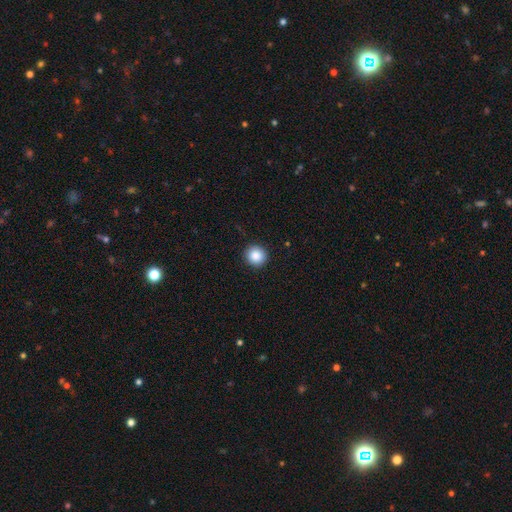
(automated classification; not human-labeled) Smooth or featured? Predicted: smooth (p=0.87). How rounded? Predicted: round (p=0.93). Merging? Predicted: none (p=0.91).